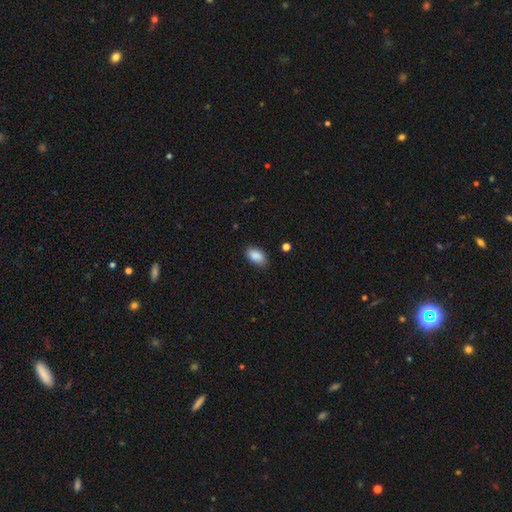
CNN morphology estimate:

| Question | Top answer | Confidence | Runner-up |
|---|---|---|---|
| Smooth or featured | smooth | 88% | star or artifact (8%) |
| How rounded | in between | 92% | round (7%) |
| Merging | none | 80% | minor disturbance (16%) |